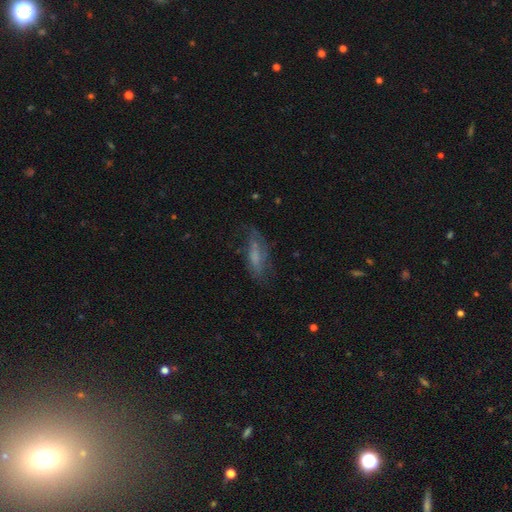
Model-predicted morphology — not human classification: Q: Smooth or featured?
A: smooth (51%); runner-up: featured or disk (38%)
Q: How rounded?
A: in between (51%); runner-up: cigar-shaped (47%)
Q: Merging?
A: none (53%); runner-up: minor disturbance (26%)